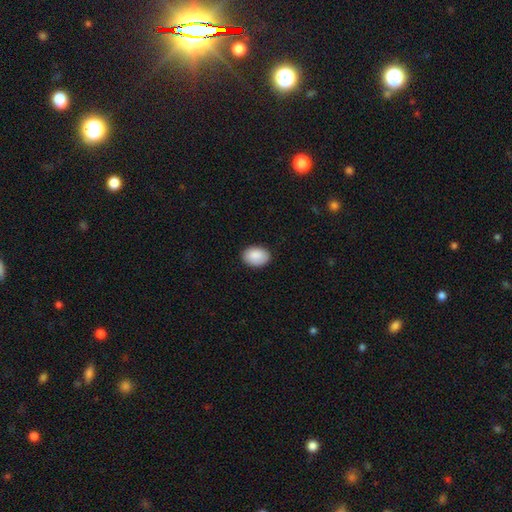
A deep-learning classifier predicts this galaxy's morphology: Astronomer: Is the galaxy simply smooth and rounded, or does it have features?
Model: smooth — 90%.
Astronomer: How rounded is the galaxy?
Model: in between — 75%.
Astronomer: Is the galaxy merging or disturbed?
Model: none — 88%.